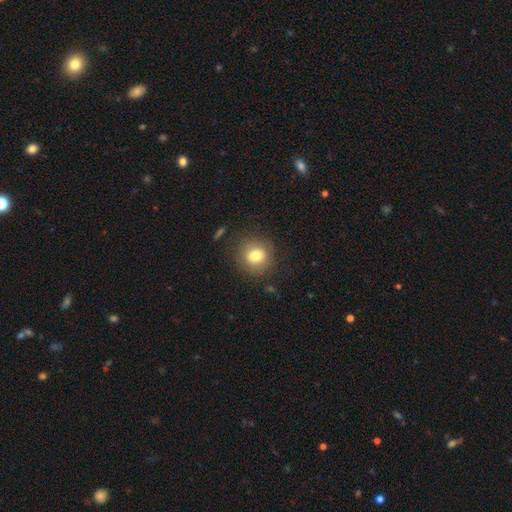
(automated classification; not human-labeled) Smooth or featured? smooth (77%)
How rounded? round (87%)
Merging? none (84%)